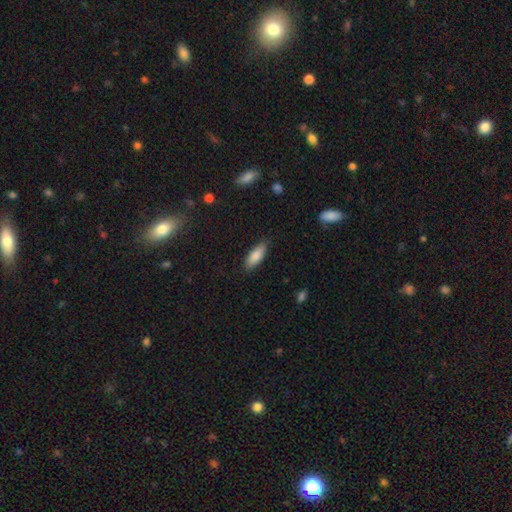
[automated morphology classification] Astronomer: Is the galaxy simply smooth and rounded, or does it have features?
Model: smooth — 86%.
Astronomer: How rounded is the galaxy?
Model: in between — 75%.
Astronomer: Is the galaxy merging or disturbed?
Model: none — 83%.